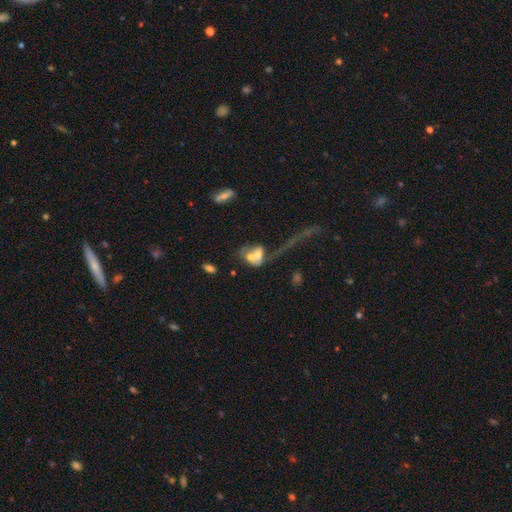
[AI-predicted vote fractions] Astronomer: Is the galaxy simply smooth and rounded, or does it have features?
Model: smooth — 45% (runner-up: featured or disk, 43%).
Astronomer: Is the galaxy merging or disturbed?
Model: merger — 64%.